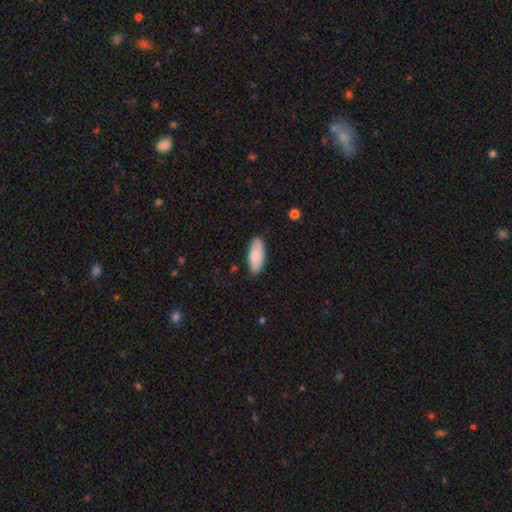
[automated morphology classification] A smooth galaxy with no disk features (85%) that is in between round and cigar-shaped (84%). Merging: none (86%).